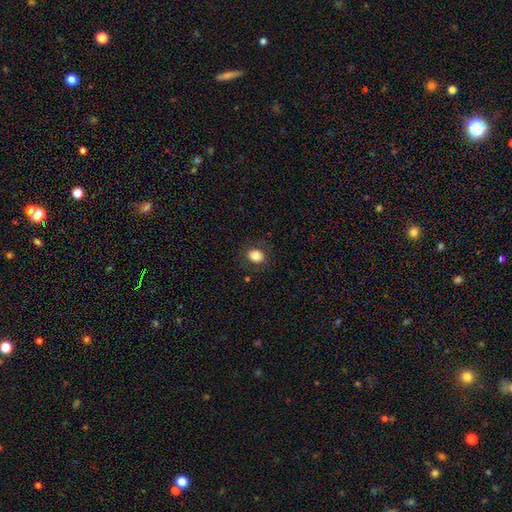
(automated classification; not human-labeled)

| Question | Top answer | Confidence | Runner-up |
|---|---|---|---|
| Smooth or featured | smooth | 82% | star or artifact (10%) |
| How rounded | in between | 52% | round (47%) |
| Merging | none | 85% | minor disturbance (10%) |